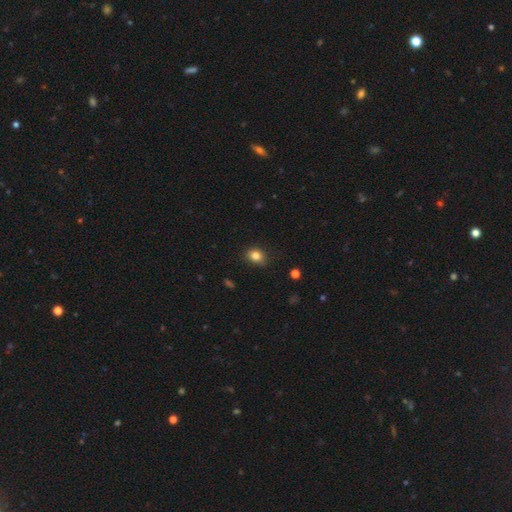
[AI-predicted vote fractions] A smooth galaxy with no disk features (83%) that is round (51%).

Vote fractions:
- Smooth or featured? smooth: 83% / star or artifact: 11% / featured or disk: 6%
- How rounded? round: 51% / in between: 48% / cigar-shaped: 1%
- Merging? none: 84% / minor disturbance: 12% / major disturbance: 3% / merger: 1%